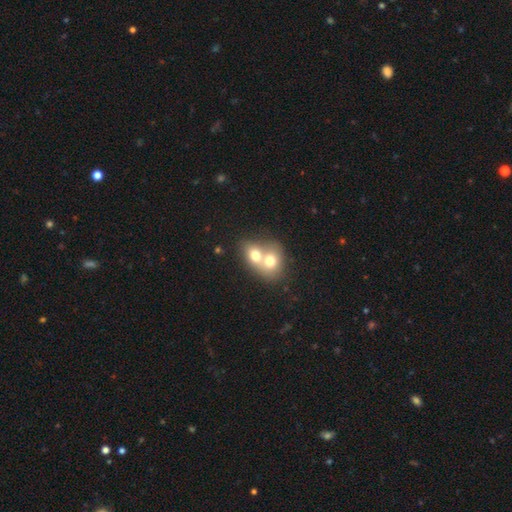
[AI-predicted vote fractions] Morphology: type=smooth (68%); roundness=round (51%); merging=merger (77%).